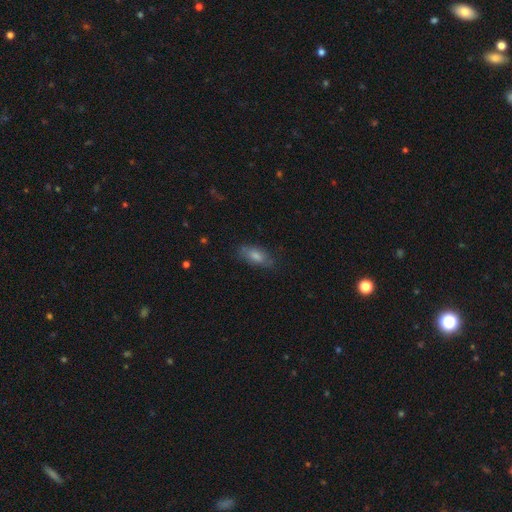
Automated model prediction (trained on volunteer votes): Smooth or featured?
  - smooth: 77% *
  - featured or disk: 15%
  - star or artifact: 8%
How rounded?
  - in between: 85% *
  - cigar-shaped: 12%
  - round: 3%
Merging?
  - none: 72% *
  - minor disturbance: 21%
  - major disturbance: 6%
  - merger: 2%